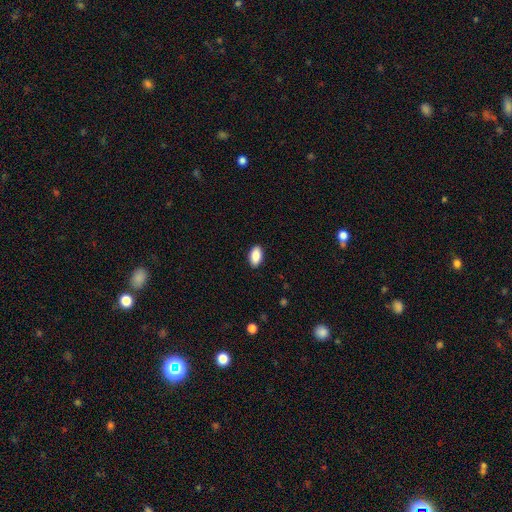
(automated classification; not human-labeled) This is clearly a smooth galaxy (88%). How rounded: clearly in between (93%). Merging: clearly none (90%).